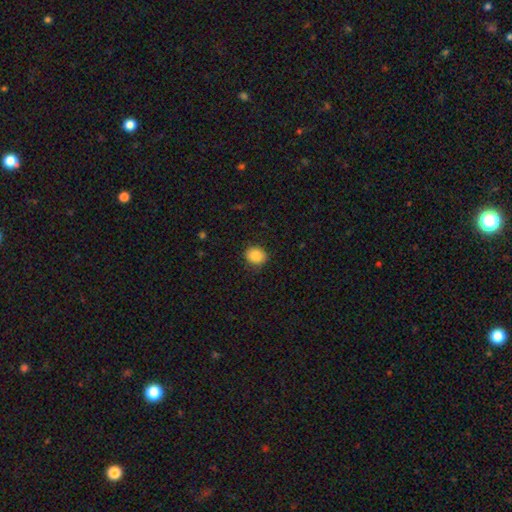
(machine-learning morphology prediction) Q: Smooth or featured?
A: smooth (88%); runner-up: star or artifact (9%)
Q: How rounded?
A: round (72%); runner-up: in between (27%)
Q: Merging?
A: none (86%); runner-up: minor disturbance (10%)